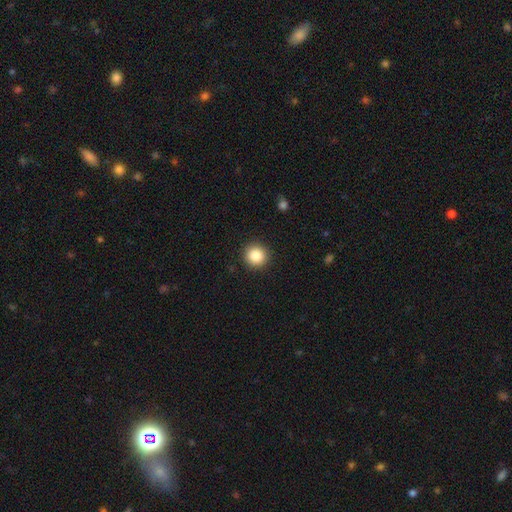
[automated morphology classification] smooth-or-featured: smooth: 86% | star or artifact: 10% | featured or disk: 5%
  how-rounded: round: 92% | in between: 7% | cigar-shaped: 1%
  merging: none: 91% | minor disturbance: 6% | major disturbance: 2% | merger: 1%